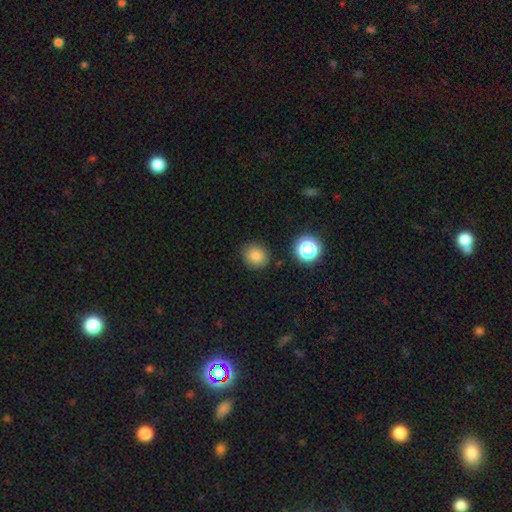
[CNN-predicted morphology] A smooth galaxy with no disk features (80%) that is round (83%).

Vote fractions:
- Smooth or featured? smooth: 80% / star or artifact: 13% / featured or disk: 6%
- How rounded? round: 83% / in between: 16% / cigar-shaped: 1%
- Merging? none: 88% / minor disturbance: 7% / merger: 3% / major disturbance: 2%